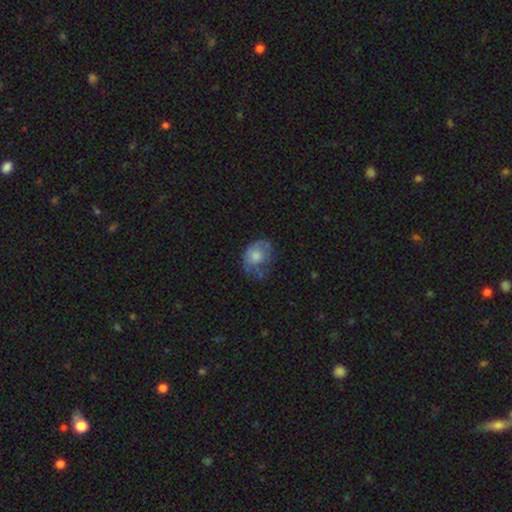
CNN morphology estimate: smooth_or_featured: smooth (p=0.63) [alt: featured or disk p=0.29]
how_rounded: in between (p=0.56) [alt: round p=0.43]
merging: none (p=0.39) [alt: minor disturbance p=0.34]